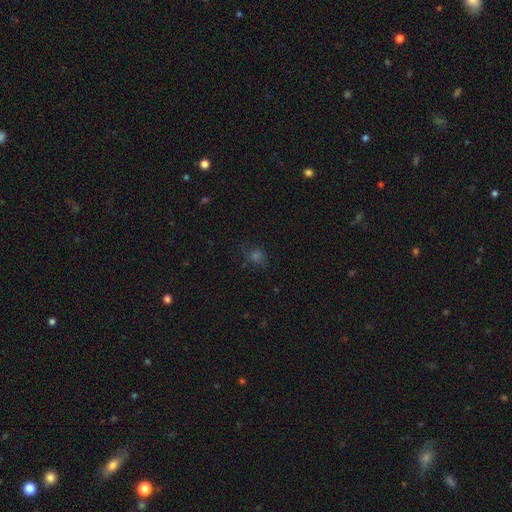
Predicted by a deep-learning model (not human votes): This appears to be a smooth galaxy with no disk features (49%). Merging: none (73%).